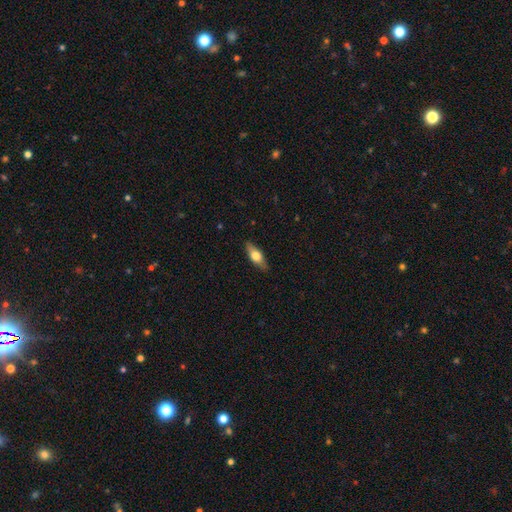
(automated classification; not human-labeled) smooth_or_featured: smooth (p=0.61) [alt: featured or disk p=0.33]
how_rounded: in between (p=0.66) [alt: cigar-shaped p=0.31]
merging: none (p=0.86) [alt: minor disturbance p=0.11]